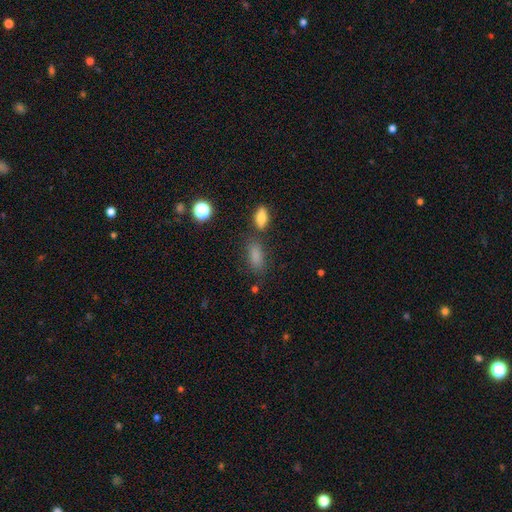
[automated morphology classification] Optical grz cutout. It shows a smooth galaxy with no disk features (82%) that is in between round and cigar-shaped (83%). Merging: none (67%).